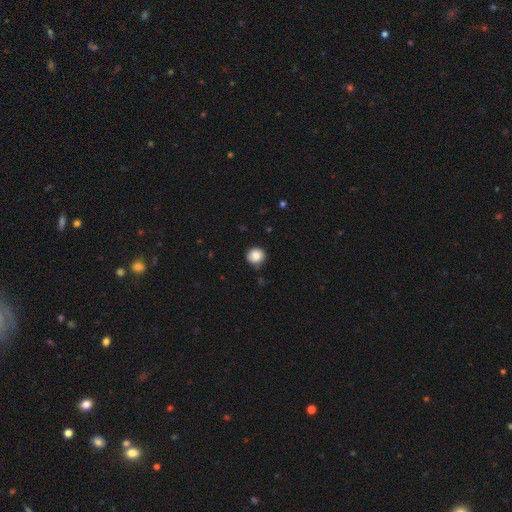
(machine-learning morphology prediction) This appears to be a smooth galaxy with no disk features (86%) that is round (92%). Merging: none (82%).